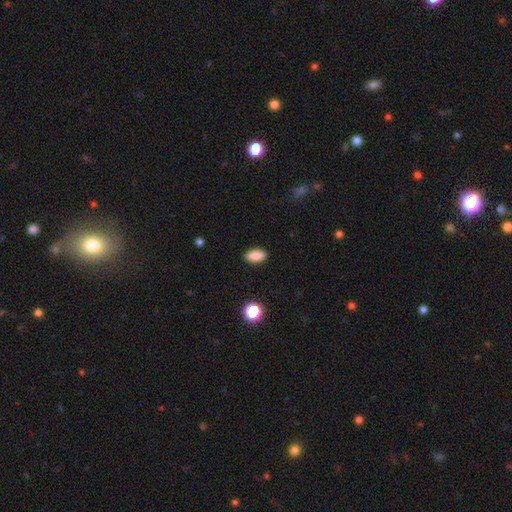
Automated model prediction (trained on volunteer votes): This is clearly a smooth galaxy (86%). How rounded: clearly in between (89%). Merging: clearly none (89%).